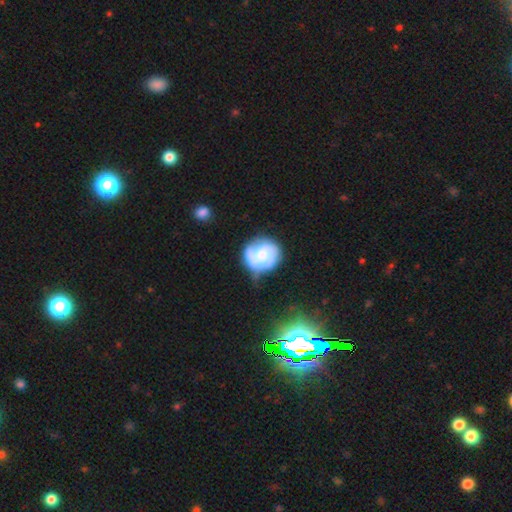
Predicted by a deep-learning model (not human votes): Smooth or featured: featured or disk — 67% (smooth — 27%)
Edge-on disk: no — 98% (yes — 2%)
Bar: no — 64% (weak — 29%)
Spiral arms: yes — 88% (no — 12%)
Spiral winding: medium — 43% (tight — 38%)
Spiral arm count: 2 — 51% (3 — 20%)
Bulge size: small — 44% (moderate — 41%)
Merging: none — 54% (minor disturbance — 28%)